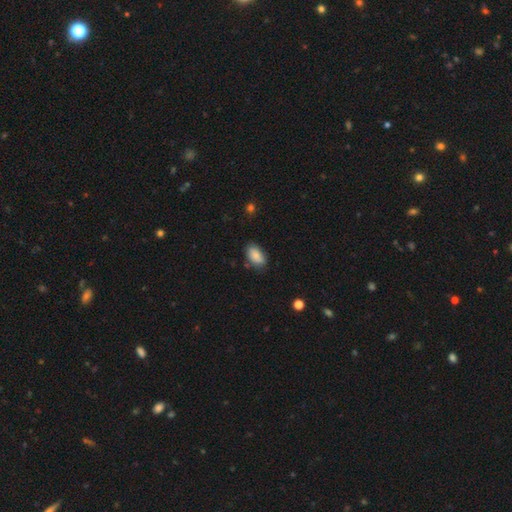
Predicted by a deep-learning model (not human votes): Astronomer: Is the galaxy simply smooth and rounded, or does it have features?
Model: smooth — 85%.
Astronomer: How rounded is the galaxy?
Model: in between — 92%.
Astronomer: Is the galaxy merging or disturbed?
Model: none — 73%.